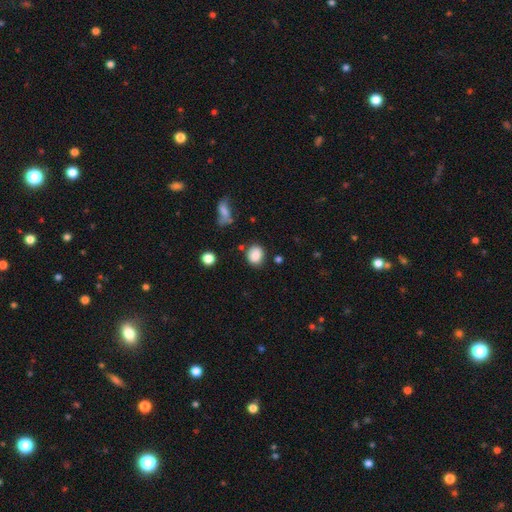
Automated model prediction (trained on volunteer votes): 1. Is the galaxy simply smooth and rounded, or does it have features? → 86% smooth, 9% star or artifact, 5% featured or disk.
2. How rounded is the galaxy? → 54% round, 45% in between, 1% cigar-shaped.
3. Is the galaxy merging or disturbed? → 77% none, 15% minor disturbance, 5% merger, 4% major disturbance.